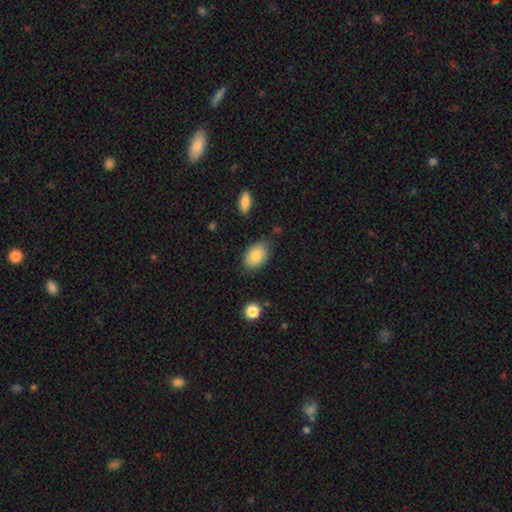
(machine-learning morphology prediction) Q: Smooth or featured?
A: smooth (81%); runner-up: featured or disk (12%)
Q: How rounded?
A: in between (87%); runner-up: round (11%)
Q: Merging?
A: none (78%); runner-up: minor disturbance (17%)